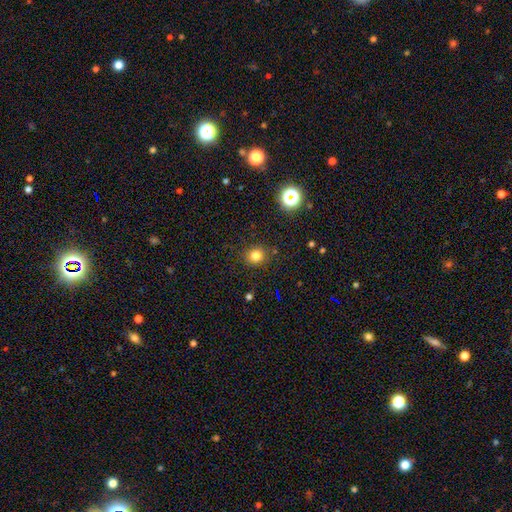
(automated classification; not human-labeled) Smooth or featured?
  - smooth: 79% *
  - star or artifact: 15%
  - featured or disk: 6%
How rounded?
  - round: 85% *
  - in between: 15%
  - cigar-shaped: 1%
Merging?
  - none: 87% *
  - minor disturbance: 9%
  - major disturbance: 3%
  - merger: 2%